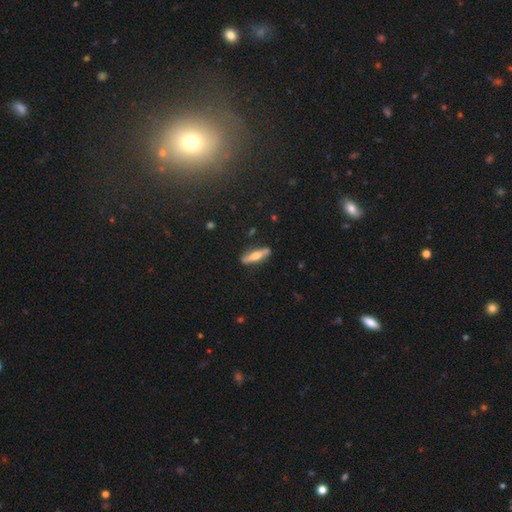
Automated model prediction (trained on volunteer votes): Smooth or featured: smooth — 49% (featured or disk — 45%)
Merging: none — 86% (minor disturbance — 10%)